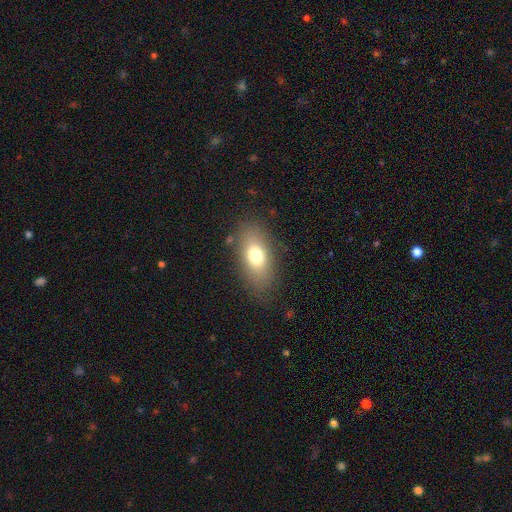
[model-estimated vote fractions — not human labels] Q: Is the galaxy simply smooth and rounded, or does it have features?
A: smooth — 73%.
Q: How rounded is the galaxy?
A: in between — 86%.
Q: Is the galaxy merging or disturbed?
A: none — 80%.